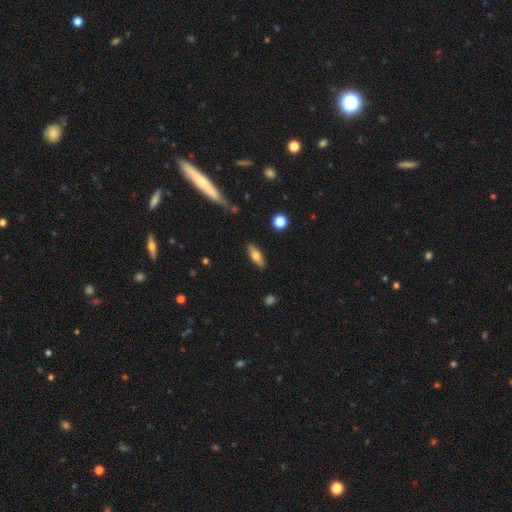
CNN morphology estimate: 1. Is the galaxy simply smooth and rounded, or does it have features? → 65% smooth, 28% featured or disk, 7% star or artifact.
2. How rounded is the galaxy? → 55% in between, 41% cigar-shaped, 3% round.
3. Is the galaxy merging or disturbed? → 85% none, 10% minor disturbance, 2% major disturbance, 2% merger.